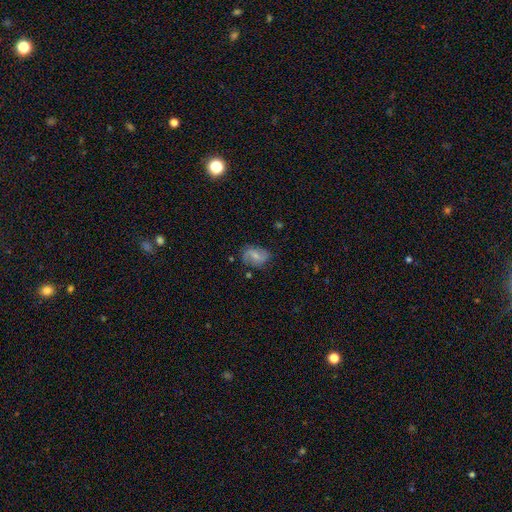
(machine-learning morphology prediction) Q: Smooth or featured?
A: featured or disk (61%); runner-up: smooth (31%)
Q: Edge-on disk?
A: no (97%); runner-up: yes (3%)
Q: Bar?
A: weak (49%); runner-up: no (36%)
Q: Spiral arms?
A: yes (89%); runner-up: no (11%)
Q: Spiral winding?
A: loose (48%); runner-up: medium (37%)
Q: Spiral arm count?
A: 2 (86%); runner-up: can't tell (7%)
Q: Bulge size?
A: small (54%); runner-up: moderate (34%)
Q: Merging?
A: none (73%); runner-up: minor disturbance (19%)